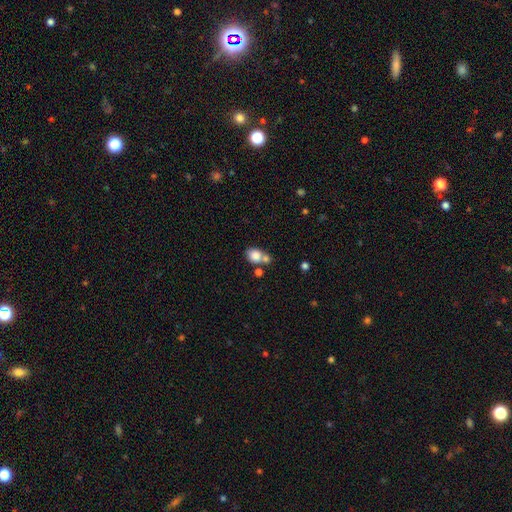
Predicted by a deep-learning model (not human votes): Smooth or featured? Predicted: smooth (p=0.82). How rounded? Predicted: round (p=0.58). Merging? Predicted: merger (p=0.43).